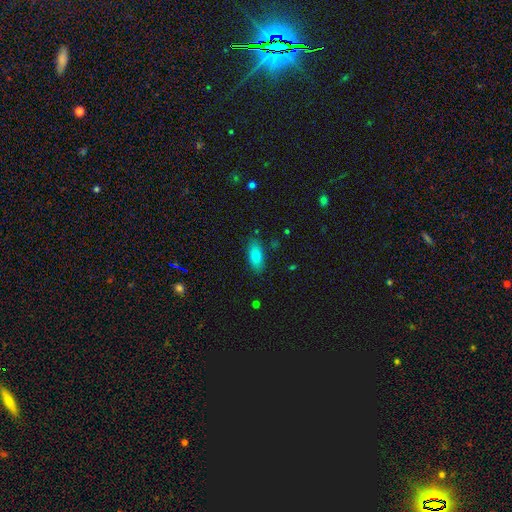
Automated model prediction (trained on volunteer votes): Smooth or featured: smooth — 80% (featured or disk — 12%)
How rounded: in between — 80% (cigar-shaped — 18%)
Merging: none — 85% (minor disturbance — 11%)